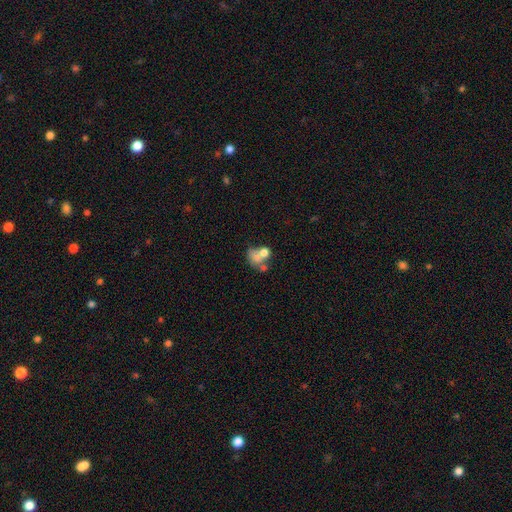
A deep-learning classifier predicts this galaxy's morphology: smooth-or-featured: smooth: 60% | featured or disk: 27% | star or artifact: 13%
  how-rounded: in between: 51% | round: 48% | cigar-shaped: 1%
  merging: merger: 51% | none: 22% | major disturbance: 15% | minor disturbance: 11%